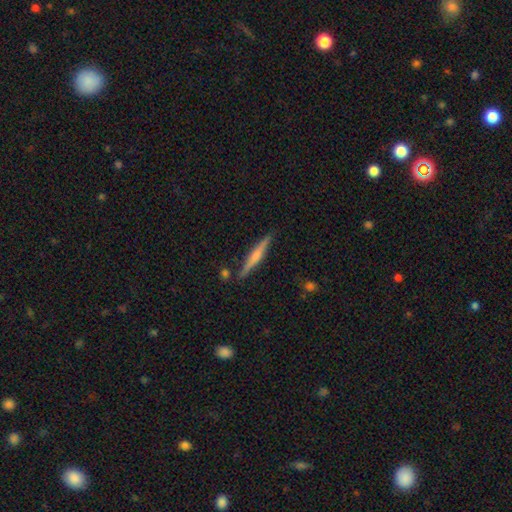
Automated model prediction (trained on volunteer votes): This is possibly a featured or disk galaxy (59%). It is clearly viewed edge-on (97%). Edge-on bulge: likely rounded (73%). Merging: clearly none (86%).